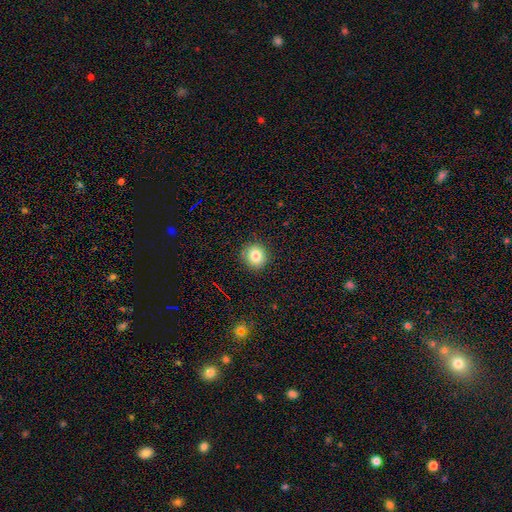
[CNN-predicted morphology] smooth 83%, star or artifact 11%, featured or disk 7%. Down the decision tree: how rounded — round (89%); merging — none (89%).